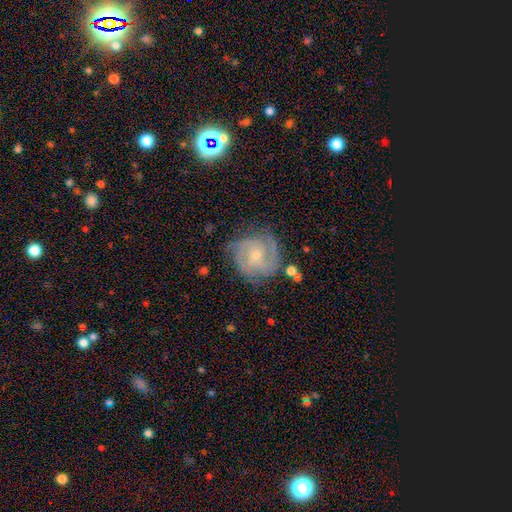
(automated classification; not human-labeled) A featured or disk galaxy (87%) with no bar (64%), 3 (37%) tight (62%) spiral arms (97%) and a small central bulge (64%). Merging: none (72%).